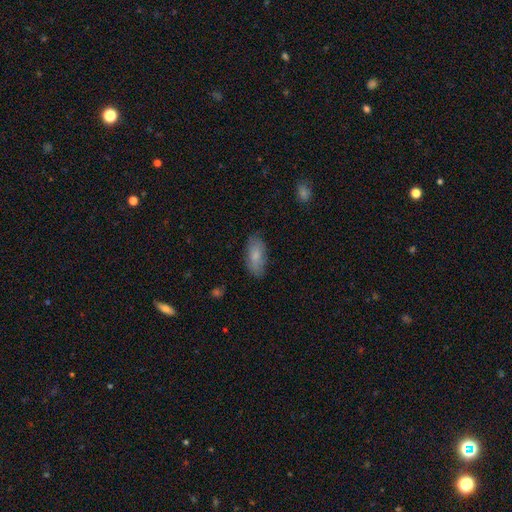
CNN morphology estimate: smooth_or_featured: smooth (p=0.78) [alt: featured or disk p=0.15]
how_rounded: in between (p=0.86) [alt: cigar-shaped p=0.12]
merging: none (p=0.80) [alt: minor disturbance p=0.15]